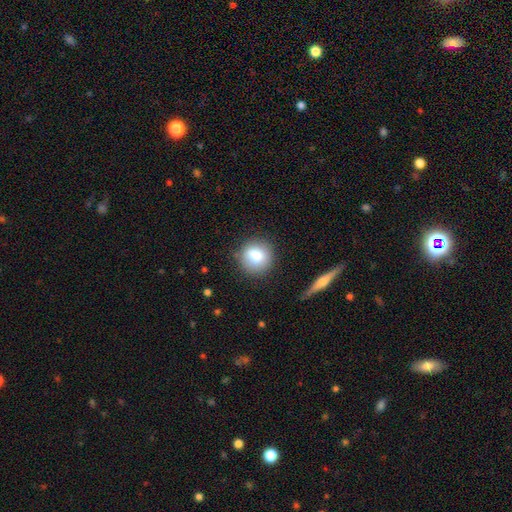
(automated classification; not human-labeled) smooth-or-featured: smooth: 83% | featured or disk: 9% | star or artifact: 8%
  how-rounded: round: 88% | in between: 11% | cigar-shaped: 1%
  merging: none: 78% | minor disturbance: 14% | major disturbance: 4% | merger: 3%